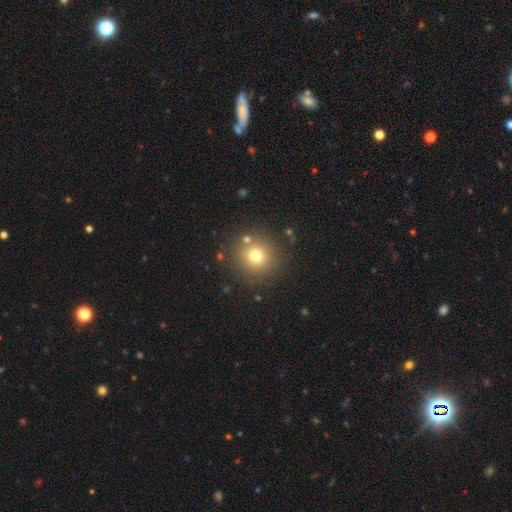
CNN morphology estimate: Smooth or featured? Predicted: smooth (p=0.73). How rounded? Predicted: round (p=0.93). Merging? Predicted: none (p=0.84).